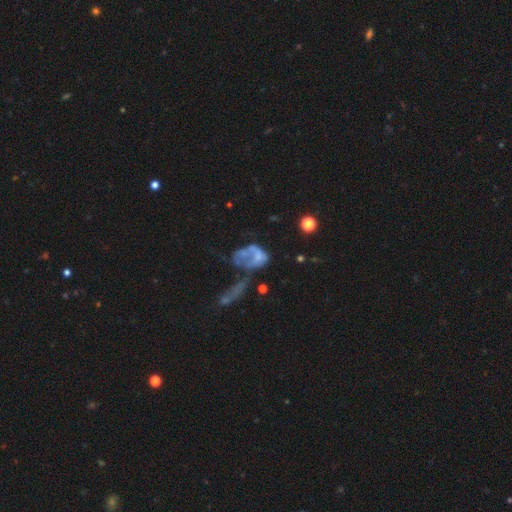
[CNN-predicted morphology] Smooth or featured?
  - featured or disk: 45% *
  - smooth: 41%
  - star or artifact: 15%
Merging?
  - major disturbance: 37% *
  - merger: 32%
  - none: 17%
  - minor disturbance: 14%